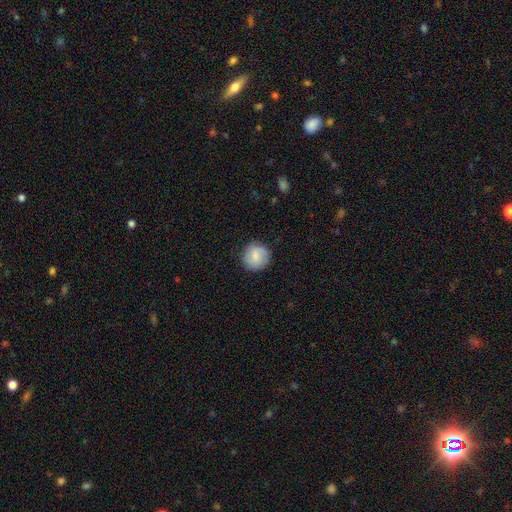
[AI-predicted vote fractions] This appears to be a smooth galaxy with no disk features (71%) that is round (91%). Merging: none (84%).